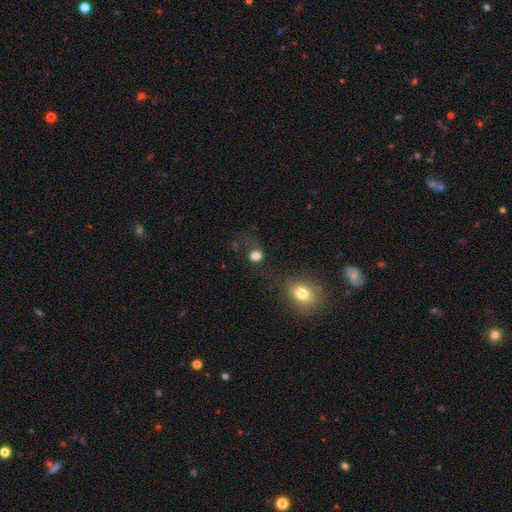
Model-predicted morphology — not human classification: This appears to be a smooth galaxy with no disk features (75%) that is round (78%). Merging: none (53%).